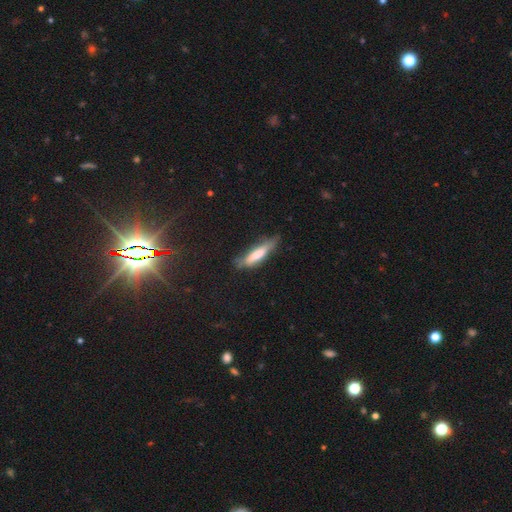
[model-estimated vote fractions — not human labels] smooth 61%, featured or disk 31%, star or artifact 7%. Down the decision tree: how rounded — cigar-shaped (73%); merging — none (56%).